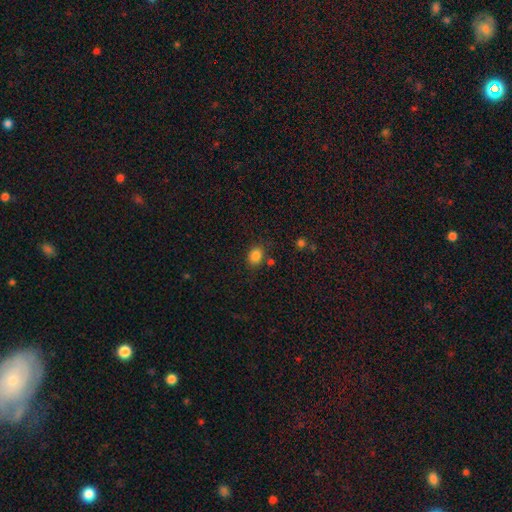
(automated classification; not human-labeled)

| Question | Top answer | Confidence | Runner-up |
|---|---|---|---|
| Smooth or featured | smooth | 84% | star or artifact (11%) |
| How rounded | in between | 59% | round (40%) |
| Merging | none | 78% | minor disturbance (13%) |